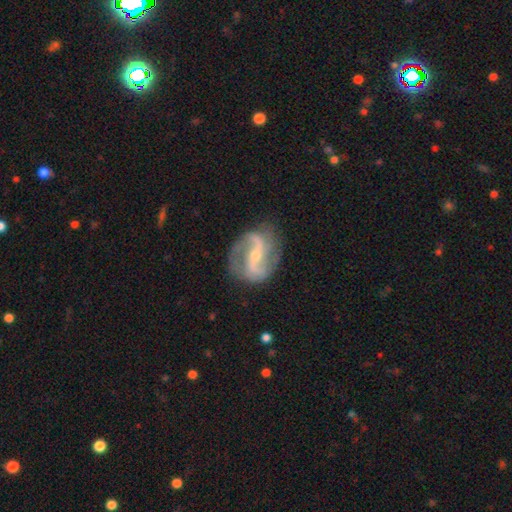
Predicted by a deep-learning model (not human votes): This is clearly a featured or disk galaxy (90%). It is clearly not viewed edge-on (97%). Bar: marginally strong (43%). Spiral arm pattern: clearly yes (96%). Spiral arm count: clearly 2 (91%). Spiral winding: possibly loose (49%). Central bulge: possibly small (58%). Merging: likely none (78%).